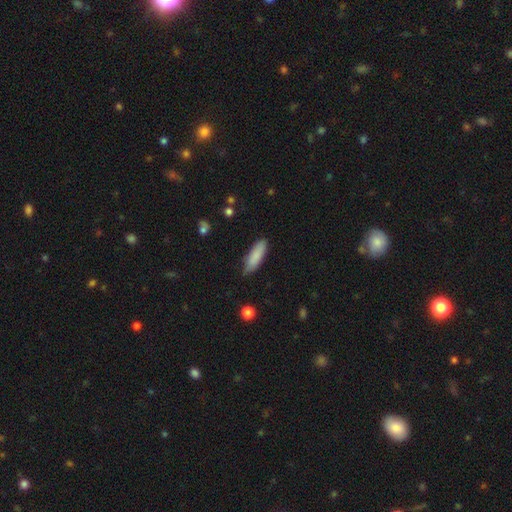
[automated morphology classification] Smooth or featured? Predicted: smooth (p=0.85). How rounded? Predicted: cigar-shaped (p=0.53). Merging? Predicted: none (p=0.78).